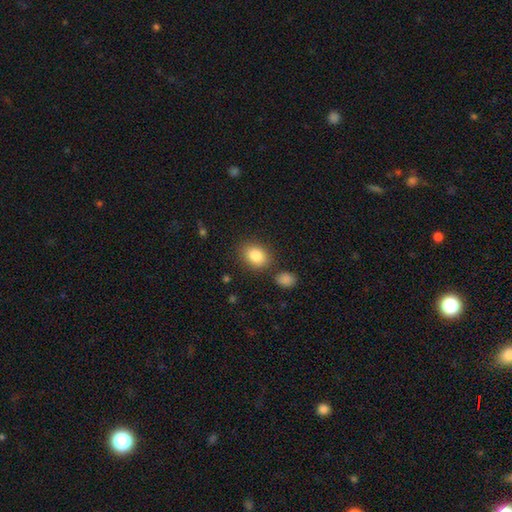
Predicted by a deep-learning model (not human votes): smooth 85%, star or artifact 9%, featured or disk 6%. Down the decision tree: how rounded — in between (63%); merging — none (79%).